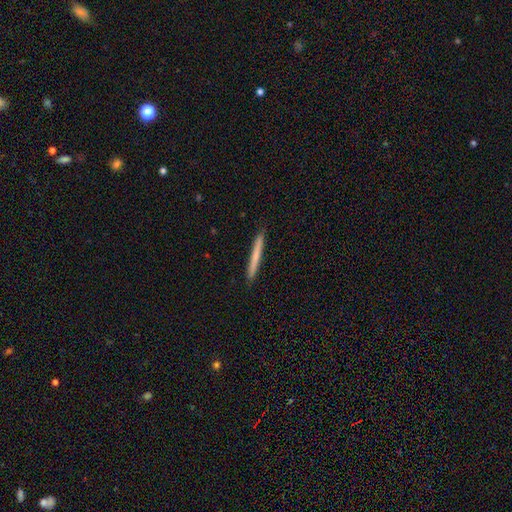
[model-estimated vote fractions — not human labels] A smooth galaxy with no disk features (66%) that is cigar-shaped (97%).

Vote fractions:
- Smooth or featured? smooth: 66% / featured or disk: 28% / star or artifact: 5%
- How rounded? cigar-shaped: 97% / in between: 2% / round: 1%
- Merging? none: 93% / minor disturbance: 5% / major disturbance: 1% / merger: 1%